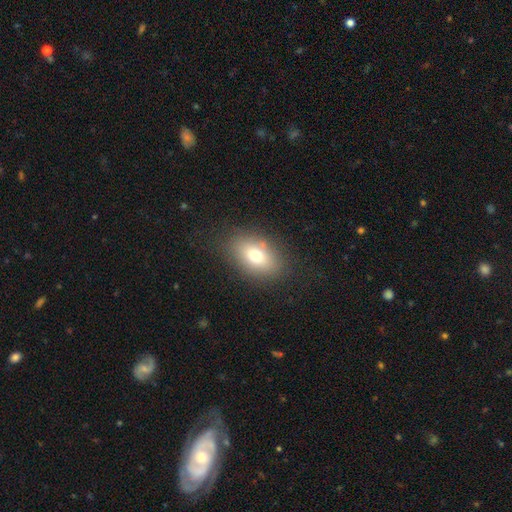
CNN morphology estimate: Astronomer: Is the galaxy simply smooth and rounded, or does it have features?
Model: smooth — 73%.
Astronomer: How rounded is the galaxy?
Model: in between — 83%.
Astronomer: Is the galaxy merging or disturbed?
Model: none — 81%.